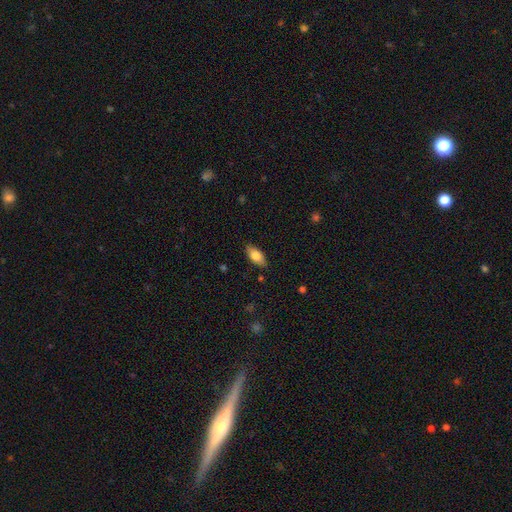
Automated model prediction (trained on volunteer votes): Smooth or featured: smooth — 79% (featured or disk — 15%)
How rounded: in between — 87% (cigar-shaped — 10%)
Merging: none — 85% (minor disturbance — 11%)